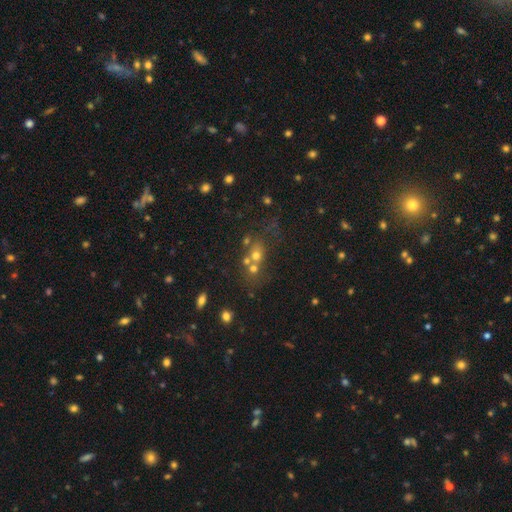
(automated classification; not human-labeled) Smooth or featured? Predicted: smooth (p=0.53). How rounded? Predicted: round (p=0.67). Merging? Predicted: merger (p=0.42).